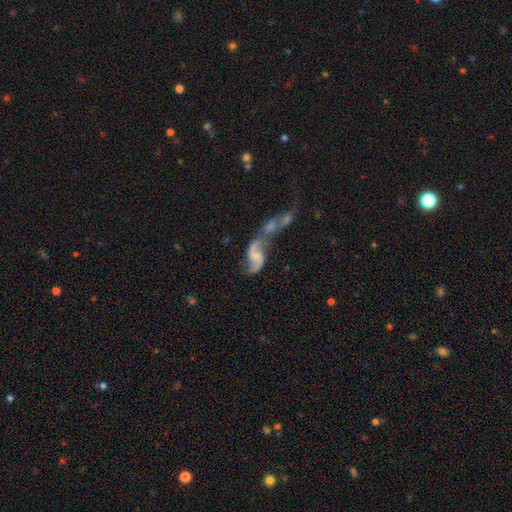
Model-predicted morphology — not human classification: This appears to be a featured or disk galaxy (74%) with no bar (54%), 2 (88%) loose (75%) spiral arms (89%) and no central bulge (48%). Merging: merger (66%).